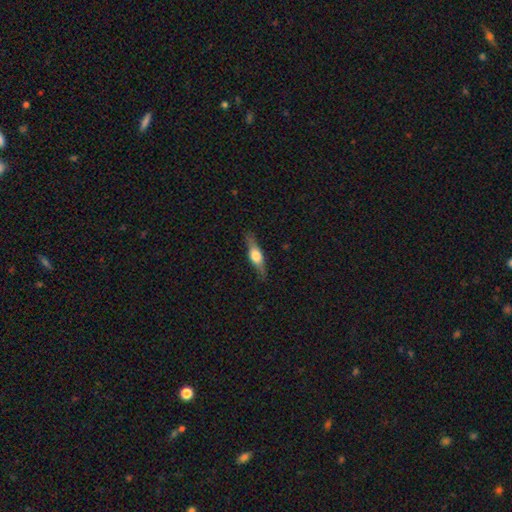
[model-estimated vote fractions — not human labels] A featured or disk galaxy (57%) viewed edge-on (94%) with a rounded central bulge (91%). Merging: none (85%).